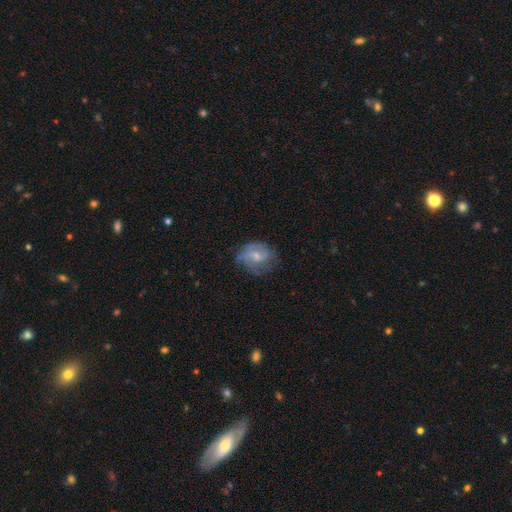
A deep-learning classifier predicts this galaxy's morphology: type=featured or disk (66%); edge-on=no (97%); bar=weak (48%); spiral arms=yes (85%); winding=medium (45%); arm count=2 (49%); bulge=moderate (46%); merging=none (60%).